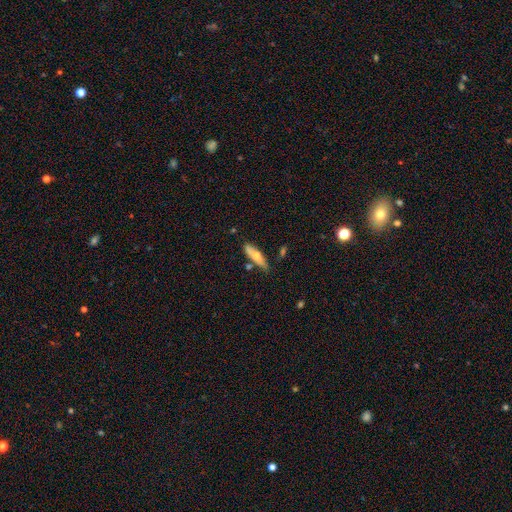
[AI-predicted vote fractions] Smooth or featured?
  - smooth: 63% *
  - featured or disk: 31%
  - star or artifact: 6%
How rounded?
  - cigar-shaped: 58% *
  - in between: 39%
  - round: 2%
Merging?
  - none: 67% *
  - minor disturbance: 21%
  - merger: 8%
  - major disturbance: 4%